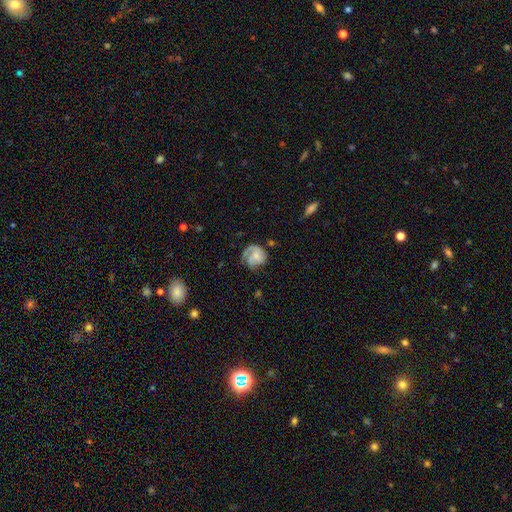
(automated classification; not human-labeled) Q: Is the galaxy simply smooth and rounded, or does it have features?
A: featured or disk — 69%.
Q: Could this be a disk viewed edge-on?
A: no — 98%.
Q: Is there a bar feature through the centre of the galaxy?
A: no — 70%.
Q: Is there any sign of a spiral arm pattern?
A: yes — 90%.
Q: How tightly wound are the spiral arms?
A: tight — 41%.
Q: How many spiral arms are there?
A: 2 — 31%.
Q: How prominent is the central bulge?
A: small — 55%.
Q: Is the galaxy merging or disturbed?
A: none — 50%.